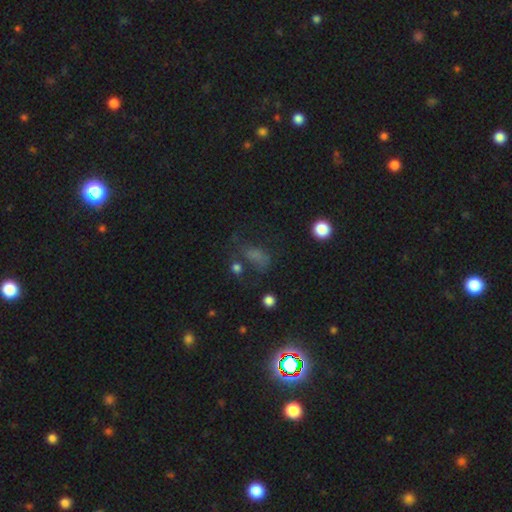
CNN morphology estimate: smooth_or_featured: smooth (p=0.49) [alt: star or artifact p=0.35]
merging: none (p=0.44) [alt: major disturbance p=0.26]